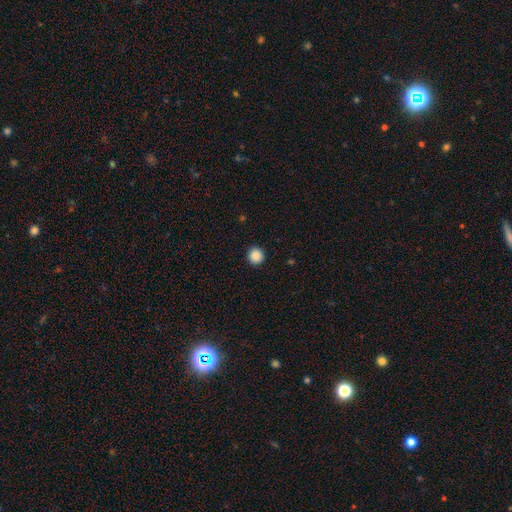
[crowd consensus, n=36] smooth_or_featured: smooth (p=0.94) [alt: featured or disk p=0.03]
how_rounded: round (p=0.94) [alt: in between p=0.06]
merging: none (p=0.91) [alt: merger p=0.06]